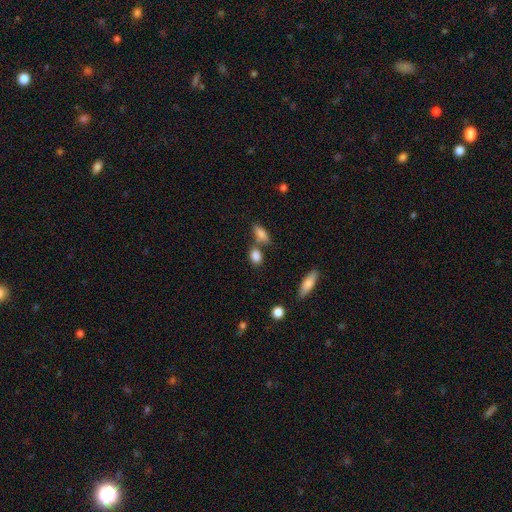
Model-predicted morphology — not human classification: This is clearly a smooth galaxy (85%). How rounded: likely in between (66%). Merging: possibly none (56%).